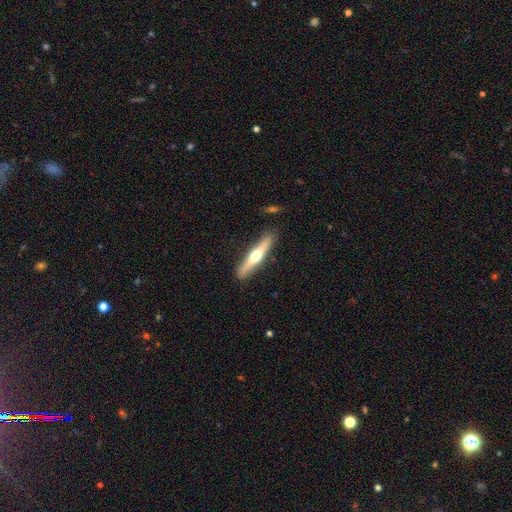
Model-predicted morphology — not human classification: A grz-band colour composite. It shows a featured or disk galaxy (60%) viewed edge-on (95%) with a rounded central bulge (93%). Merging: none (88%).